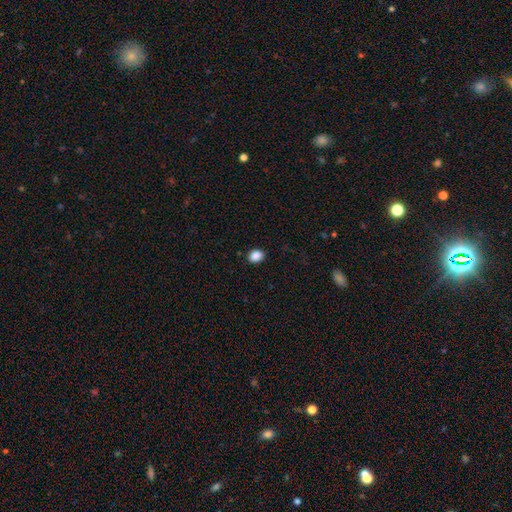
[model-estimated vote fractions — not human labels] A smooth galaxy with no disk features (88%) that is in between round and cigar-shaped (51%).

Vote fractions:
- Smooth or featured? smooth: 88% / star or artifact: 9% / featured or disk: 3%
- How rounded? in between: 51% / round: 48% / cigar-shaped: 1%
- Merging? none: 90% / minor disturbance: 7% / major disturbance: 2% / merger: 1%